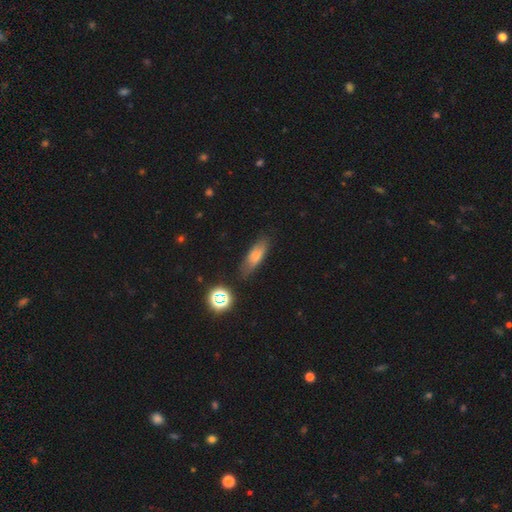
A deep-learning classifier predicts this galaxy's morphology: This is likely a smooth galaxy (73%). How rounded: possibly in between (59%). Merging: likely none (75%).